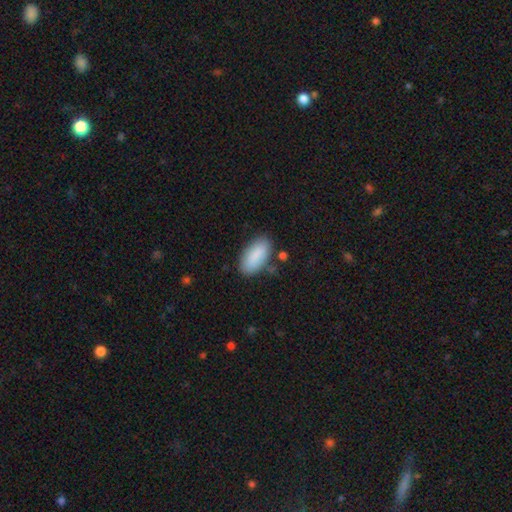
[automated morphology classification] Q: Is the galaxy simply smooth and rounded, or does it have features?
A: smooth — 87%.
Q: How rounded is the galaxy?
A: in between — 92%.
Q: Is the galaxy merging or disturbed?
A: none — 79%.